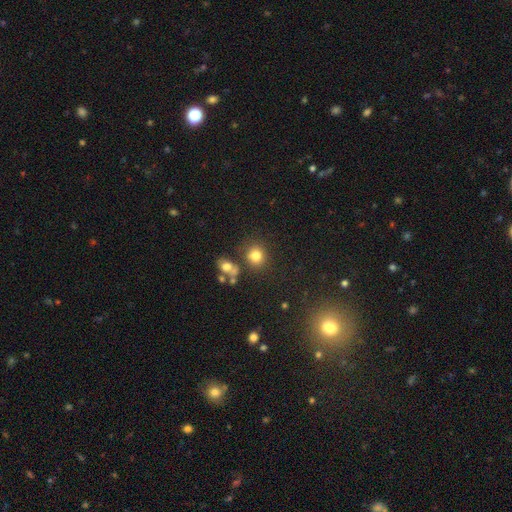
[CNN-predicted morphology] smooth 78%, star or artifact 14%, featured or disk 8%. Down the decision tree: how rounded — round (79%); merging — none (72%).